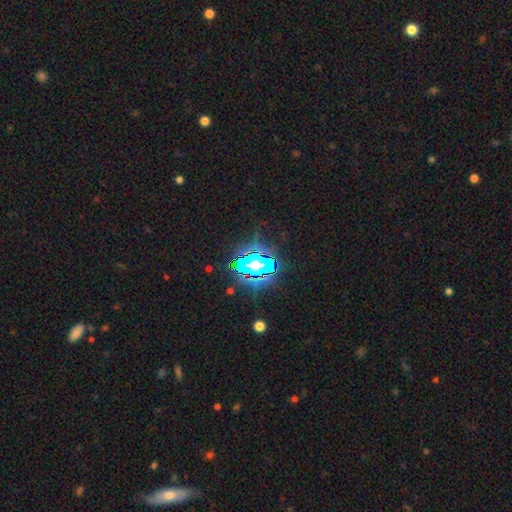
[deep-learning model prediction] Morphology: type=star or artifact (82%).